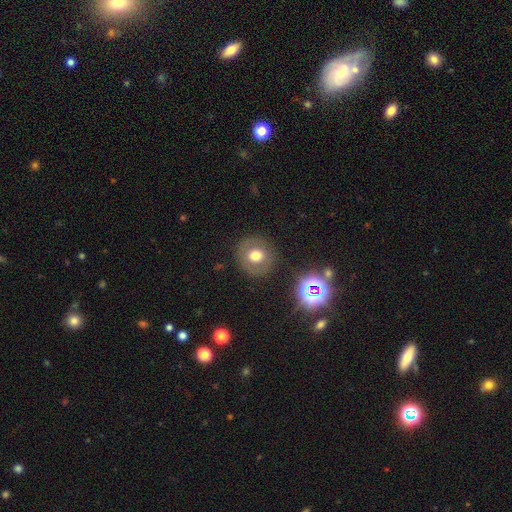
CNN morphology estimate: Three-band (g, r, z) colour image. It shows a smooth galaxy with no disk features (62%) that is round (90%). Merging: none (85%).